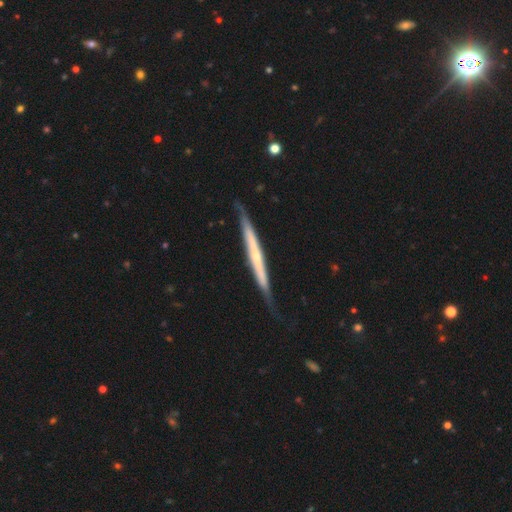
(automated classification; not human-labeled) The model was most divided on "edge-on bulge": none: 58%, rounded: 36%, boxy: 6%. More confident: edge-on disk — yes (94%); merging — none (76%); smooth or featured — featured or disk (67%).